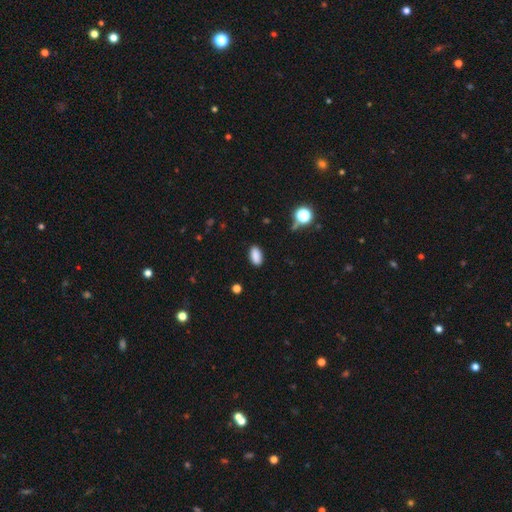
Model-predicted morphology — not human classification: Overall: smooth (87%). How rounded: in between (92%). Merging: none (87%).